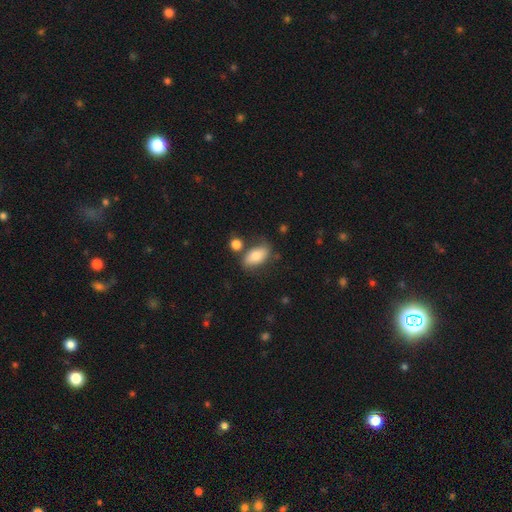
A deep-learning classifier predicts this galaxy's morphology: This appears to be a smooth galaxy with no disk features (74%) that is in between round and cigar-shaped (89%). Merging: none (64%).